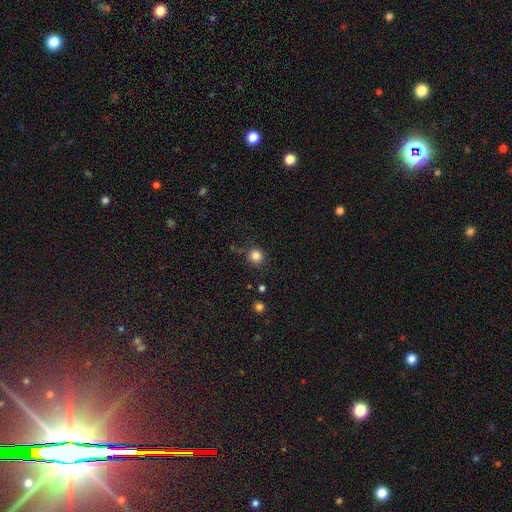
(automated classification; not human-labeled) smooth-or-featured: smooth: 84% | star or artifact: 12% | featured or disk: 4%
  how-rounded: round: 91% | in between: 8% | cigar-shaped: 1%
  merging: none: 79% | minor disturbance: 13% | major disturbance: 4% | merger: 4%